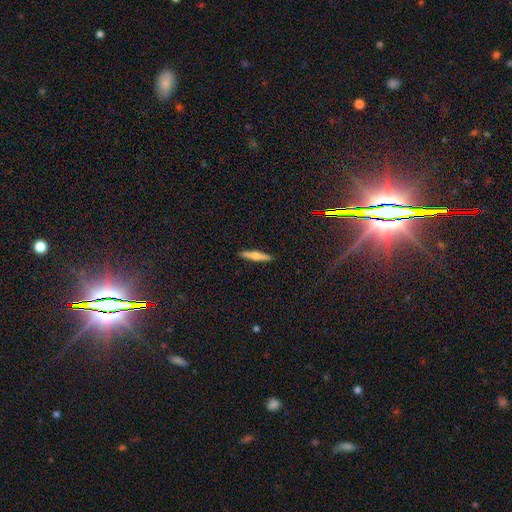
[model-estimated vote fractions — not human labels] smooth 50%, featured or disk 43%, star or artifact 7%. Down the decision tree: how rounded — cigar-shaped (88%); merging — none (91%).